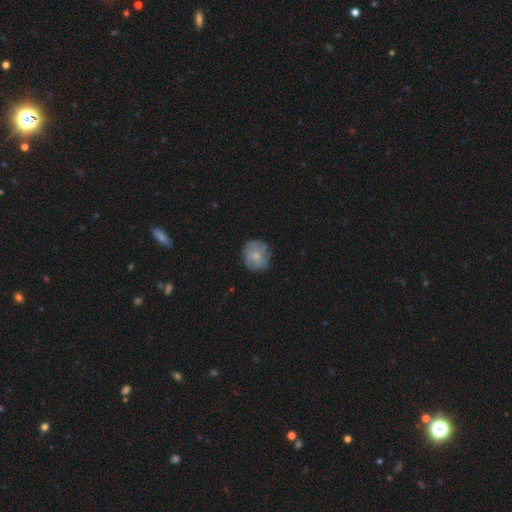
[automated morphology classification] Smooth or featured: smooth — 71% (featured or disk — 22%)
How rounded: round — 88% (in between — 11%)
Merging: none — 76% (minor disturbance — 18%)